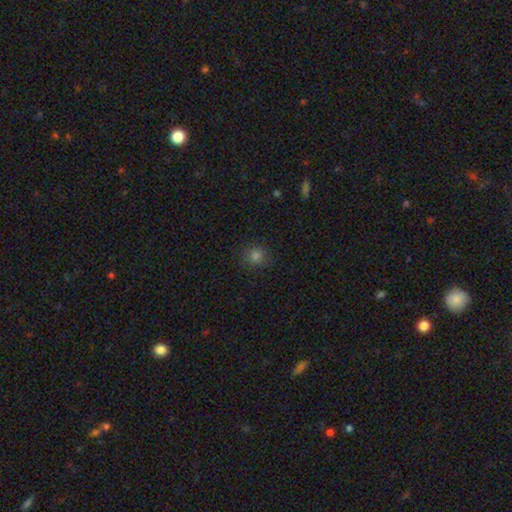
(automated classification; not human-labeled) smooth 78%, star or artifact 17%, featured or disk 5%. Down the decision tree: how rounded — round (86%); merging — none (88%).